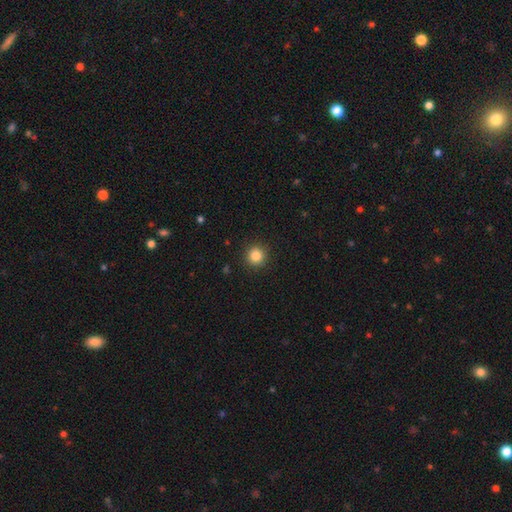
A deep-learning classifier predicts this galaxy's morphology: Q: Smooth or featured?
A: smooth (85%); runner-up: star or artifact (11%)
Q: How rounded?
A: round (94%); runner-up: in between (5%)
Q: Merging?
A: none (92%); runner-up: minor disturbance (5%)